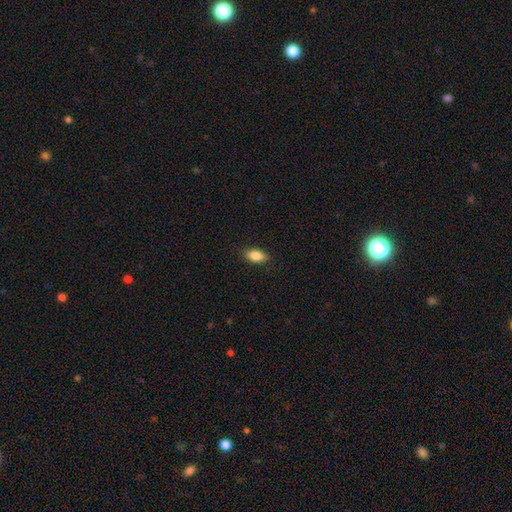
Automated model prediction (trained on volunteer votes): Smooth or featured? smooth (86%)
How rounded? in between (88%)
Merging? none (87%)